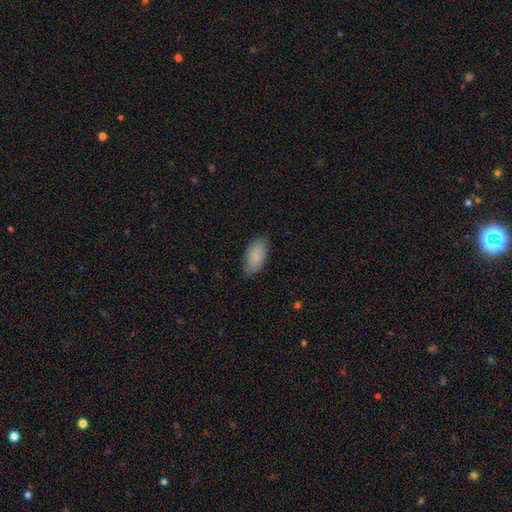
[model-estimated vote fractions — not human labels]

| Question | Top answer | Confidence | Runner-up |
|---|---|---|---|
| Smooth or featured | smooth | 85% | featured or disk (9%) |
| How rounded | in between | 94% | cigar-shaped (4%) |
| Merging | none | 83% | minor disturbance (14%) |